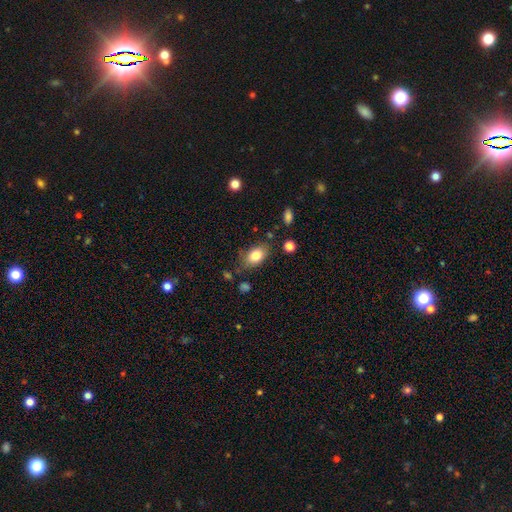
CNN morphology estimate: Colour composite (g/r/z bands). It shows a smooth galaxy with no disk features (81%) that is in between round and cigar-shaped (88%). Merging: none (74%).